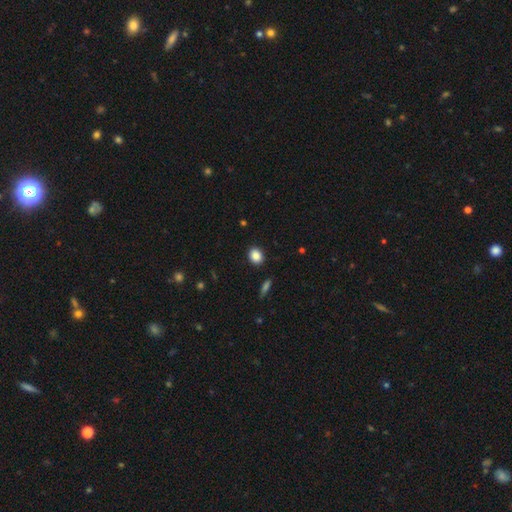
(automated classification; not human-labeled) Smooth or featured?
  - smooth: 86% *
  - star or artifact: 9%
  - featured or disk: 5%
How rounded?
  - round: 53% *
  - in between: 46%
  - cigar-shaped: 1%
Merging?
  - none: 90% *
  - minor disturbance: 7%
  - major disturbance: 2%
  - merger: 1%